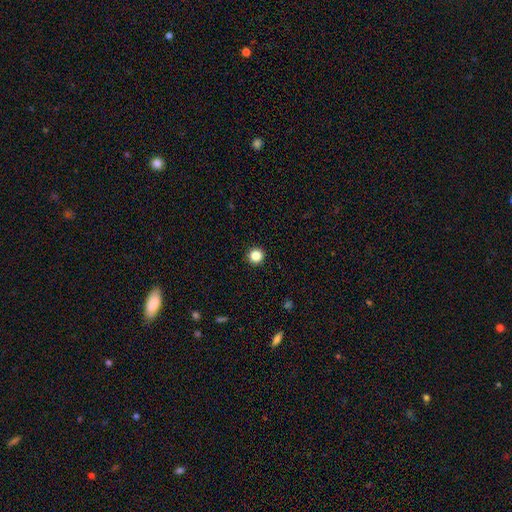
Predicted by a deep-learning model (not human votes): This appears to be a smooth galaxy with no disk features (86%) that is round (95%). Merging: none (93%).